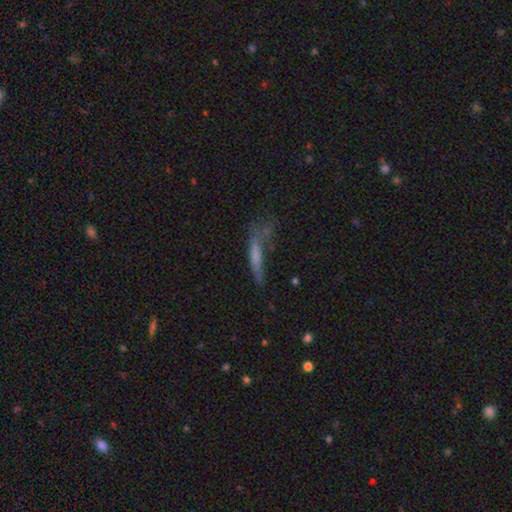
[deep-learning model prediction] Q: Smooth or featured?
A: smooth (56%); runner-up: featured or disk (33%)
Q: How rounded?
A: cigar-shaped (88%); runner-up: in between (9%)
Q: Merging?
A: none (48%); runner-up: minor disturbance (25%)